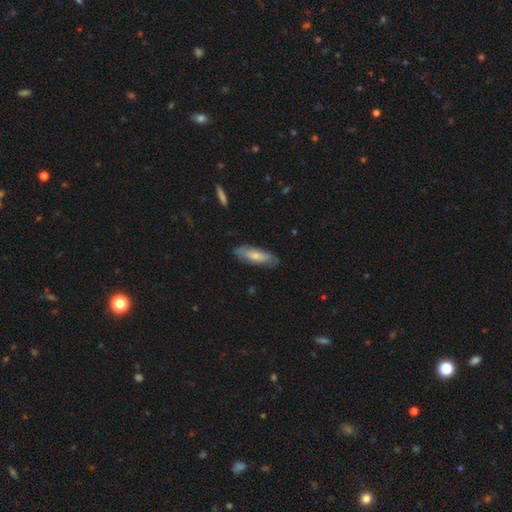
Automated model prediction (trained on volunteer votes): Smooth or featured?
  - smooth: 61% *
  - featured or disk: 33%
  - star or artifact: 6%
How rounded?
  - in between: 57% *
  - cigar-shaped: 42%
  - round: 2%
Merging?
  - none: 75% *
  - minor disturbance: 19%
  - major disturbance: 4%
  - merger: 1%